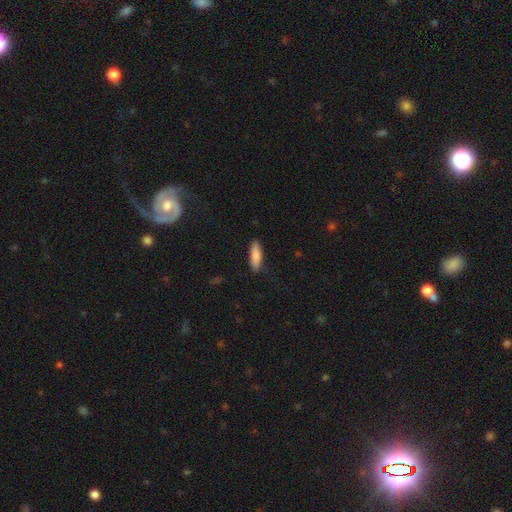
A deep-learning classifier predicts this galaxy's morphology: A smooth galaxy with no disk features (84%) that is cigar-shaped (54%).

Vote fractions:
- Smooth or featured? smooth: 84% / featured or disk: 11% / star or artifact: 6%
- How rounded? cigar-shaped: 54% / in between: 44% / round: 2%
- Merging? none: 85% / minor disturbance: 11% / major disturbance: 2% / merger: 1%